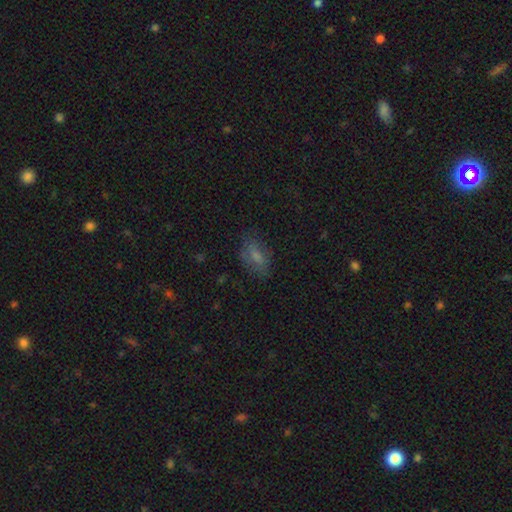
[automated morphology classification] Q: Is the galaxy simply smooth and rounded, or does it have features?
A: smooth — 67%.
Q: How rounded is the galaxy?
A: in between — 85%.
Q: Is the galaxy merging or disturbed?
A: none — 66%.